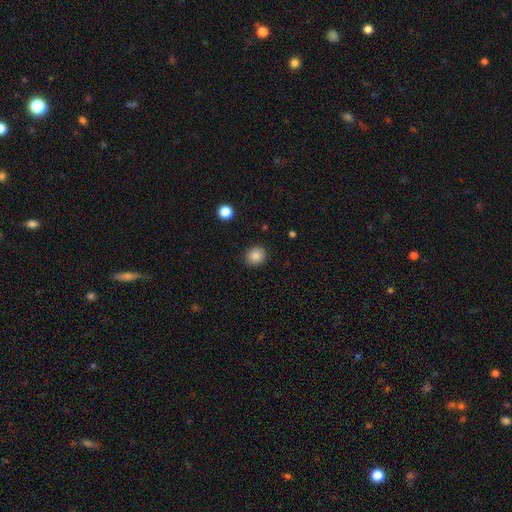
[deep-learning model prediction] Morphology: type=smooth (85%); roundness=round (81%); merging=none (90%).